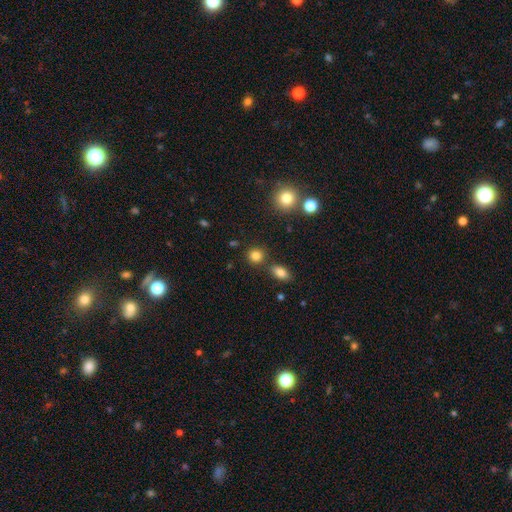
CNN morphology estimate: Overall: smooth (83%). How rounded: round (85%). Merging: none (80%).